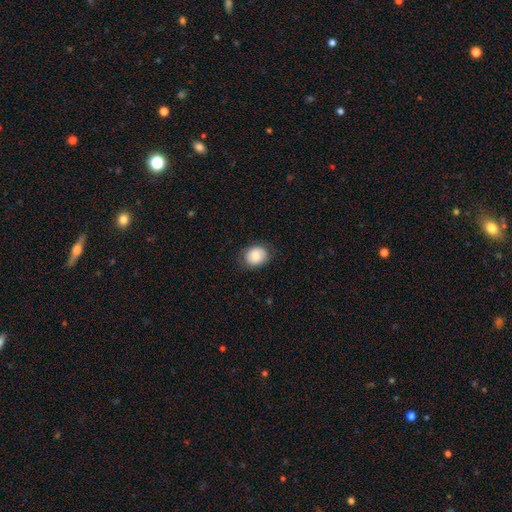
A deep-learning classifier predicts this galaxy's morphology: smooth-or-featured: smooth: 81% | featured or disk: 11% | star or artifact: 8%
  how-rounded: round: 62% | in between: 37% | cigar-shaped: 1%
  merging: none: 81% | minor disturbance: 14% | major disturbance: 4% | merger: 1%